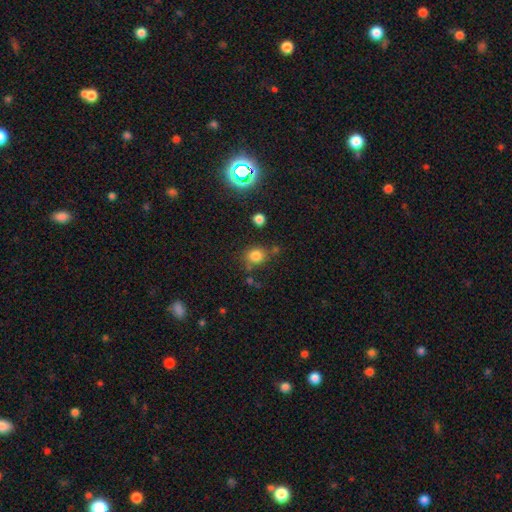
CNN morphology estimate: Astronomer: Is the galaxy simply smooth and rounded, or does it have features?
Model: smooth — 80%.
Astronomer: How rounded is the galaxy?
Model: round — 72%.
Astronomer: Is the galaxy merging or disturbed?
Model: none — 70%.